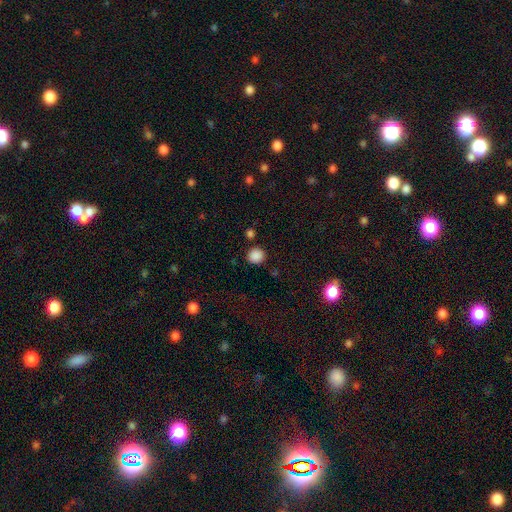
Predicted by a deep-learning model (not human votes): Morphology: type=smooth (87%); roundness=round (92%); merging=none (87%).